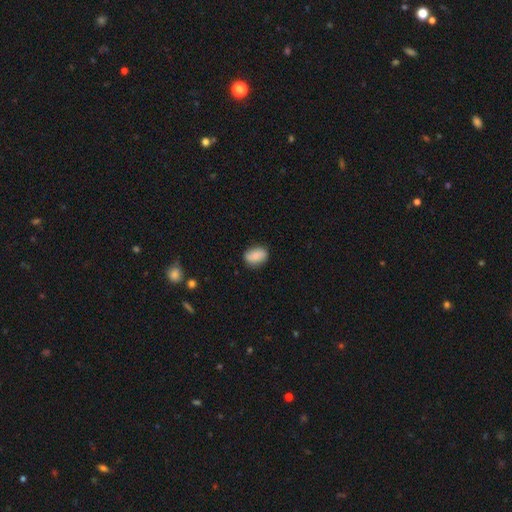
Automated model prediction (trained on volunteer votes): smooth 81%, featured or disk 12%, star or artifact 8%. Down the decision tree: how rounded — in between (77%); merging — none (78%).